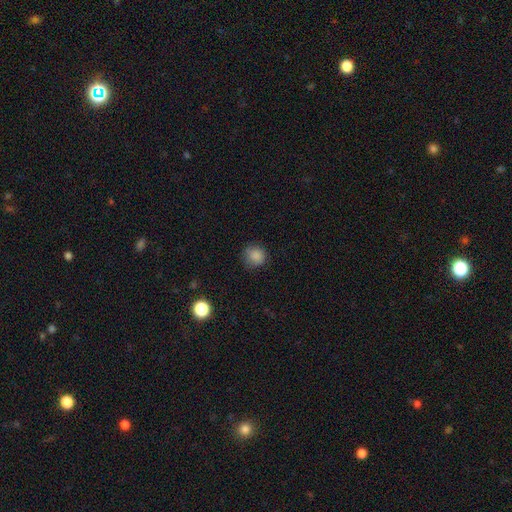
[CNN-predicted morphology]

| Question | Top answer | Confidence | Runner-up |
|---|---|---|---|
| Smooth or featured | smooth | 85% | star or artifact (10%) |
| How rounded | round | 88% | in between (11%) |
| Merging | none | 77% | minor disturbance (18%) |